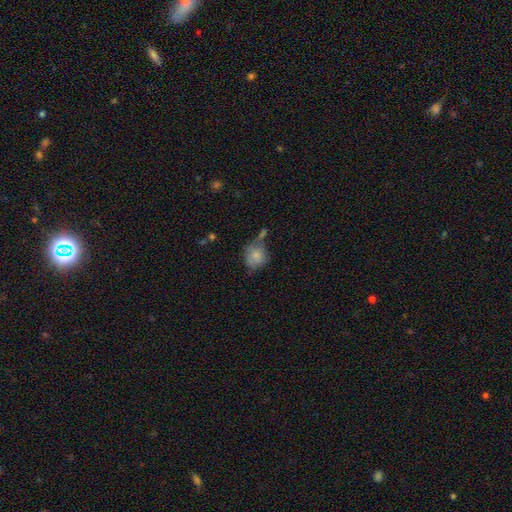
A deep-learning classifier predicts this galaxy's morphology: Smooth or featured? smooth (77%)
How rounded? round (76%)
Merging? none (46%)